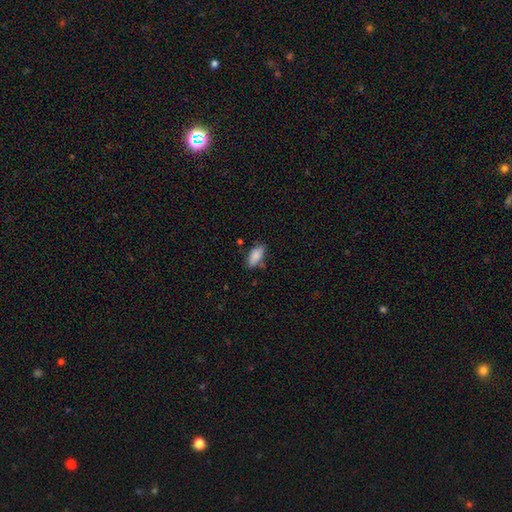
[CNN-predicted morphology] Overall: smooth (86%). How rounded: in between (89%). Merging: none (73%).